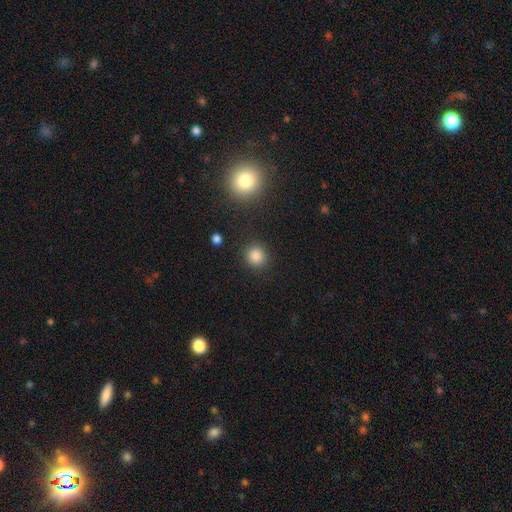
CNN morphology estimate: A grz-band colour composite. It shows a smooth galaxy with no disk features (84%) that is round (90%). Merging: none (89%).